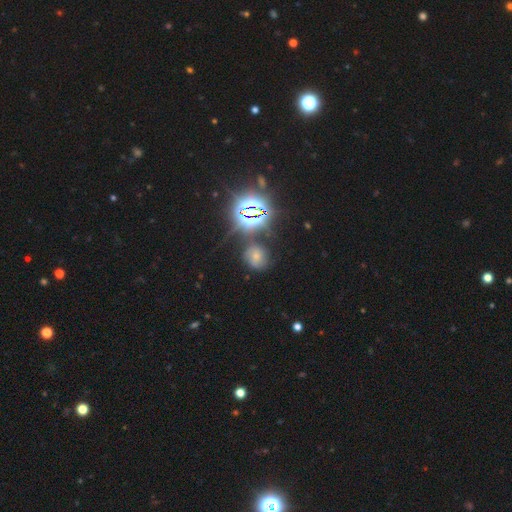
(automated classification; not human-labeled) Smooth or featured? smooth (43%)
Merging? none (68%)